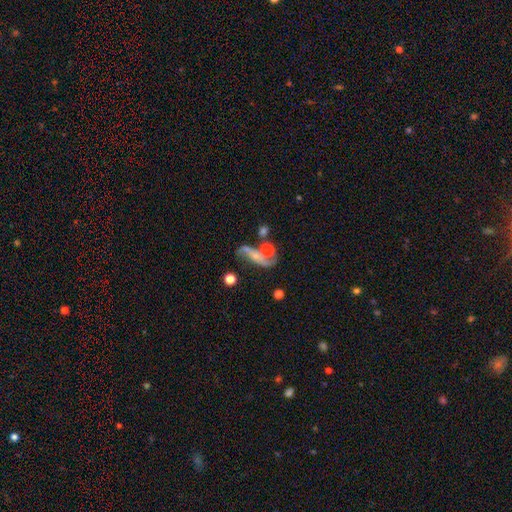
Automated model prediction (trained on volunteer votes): Smooth or featured? Predicted: featured or disk (p=0.73). Edge-on disk? Predicted: no (p=0.91). Bar? Predicted: no (p=0.56). Spiral arms? Predicted: yes (p=0.89). Spiral winding? Predicted: loose (p=0.72). Spiral arm count? Predicted: 2 (p=0.88). Bulge size? Predicted: small (p=0.55). Merging? Predicted: none (p=0.45).